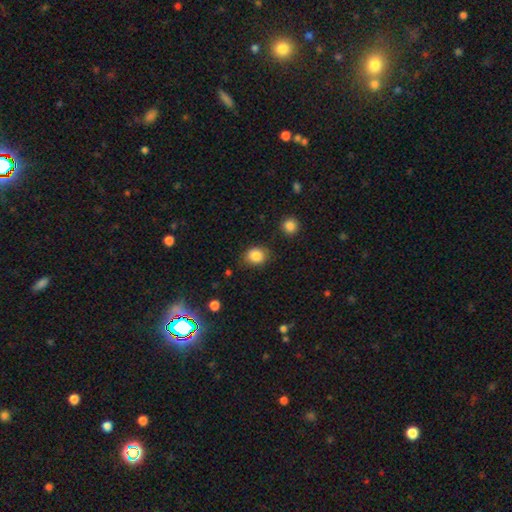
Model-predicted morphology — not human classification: This is clearly a smooth galaxy (85%). How rounded: likely round (65%). Merging: likely none (79%).